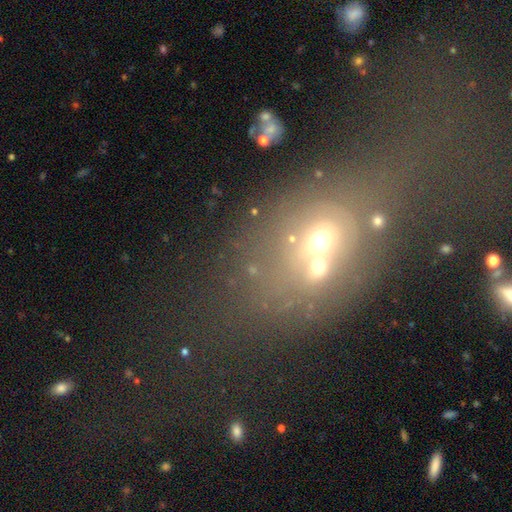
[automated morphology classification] Q: Smooth or featured?
A: smooth (40%); runner-up: star or artifact (31%)
Q: Merging?
A: merger (46%); runner-up: none (22%)